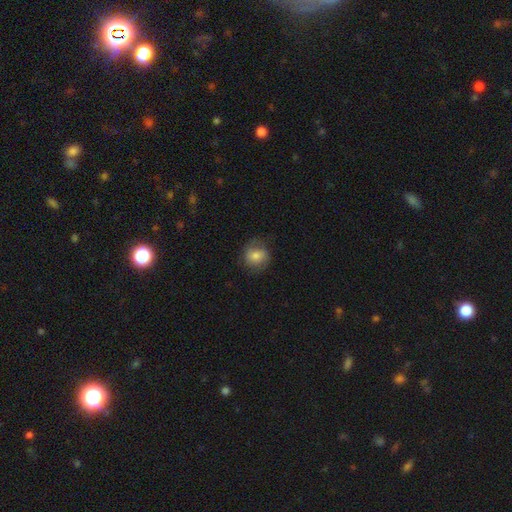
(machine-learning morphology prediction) Smooth or featured? Predicted: smooth (p=0.65). How rounded? Predicted: round (p=0.79). Merging? Predicted: none (p=0.73).